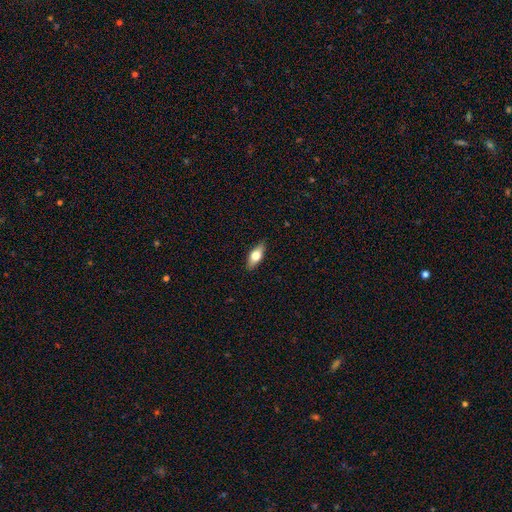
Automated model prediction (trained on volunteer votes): This is possibly a smooth galaxy (59%). How rounded: likely in between (73%). Merging: clearly none (87%).